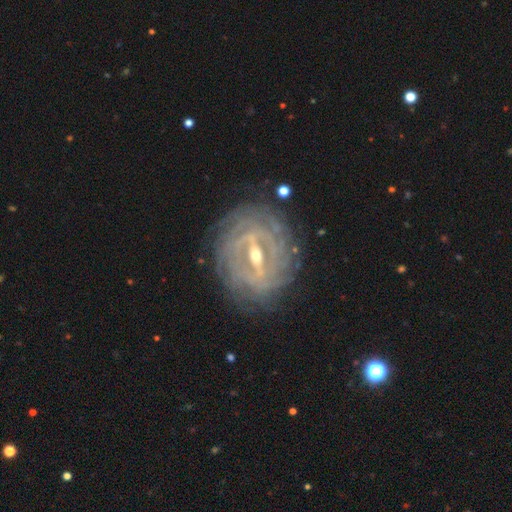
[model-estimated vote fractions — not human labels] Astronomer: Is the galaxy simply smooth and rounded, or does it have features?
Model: featured or disk — 91%.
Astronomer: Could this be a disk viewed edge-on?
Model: no — 91%.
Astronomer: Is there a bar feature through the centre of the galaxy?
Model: strong — 70%.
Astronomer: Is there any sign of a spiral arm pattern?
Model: yes — 91%.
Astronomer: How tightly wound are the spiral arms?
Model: tight — 83%.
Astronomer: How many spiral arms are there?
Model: can't tell — 41% (runner-up: 4, 17%).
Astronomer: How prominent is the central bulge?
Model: moderate — 54% (runner-up: small, 42%).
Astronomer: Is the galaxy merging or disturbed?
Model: none — 82%.